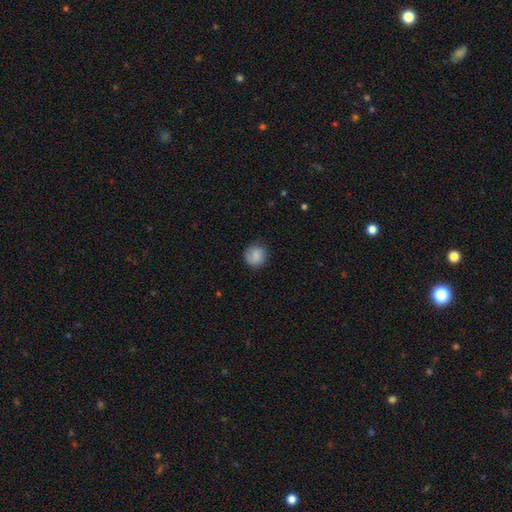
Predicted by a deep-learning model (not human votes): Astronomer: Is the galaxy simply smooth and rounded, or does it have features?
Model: smooth — 79%.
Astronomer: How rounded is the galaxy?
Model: round — 87%.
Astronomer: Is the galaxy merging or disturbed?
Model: none — 78%.